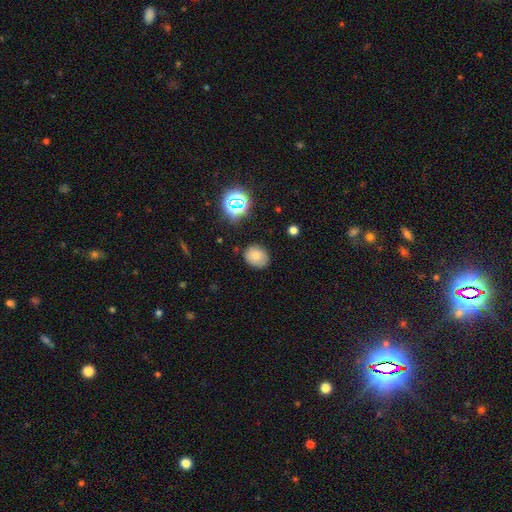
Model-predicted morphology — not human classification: A smooth galaxy with no disk features (77%) that is round (53%). Merging: none (78%).